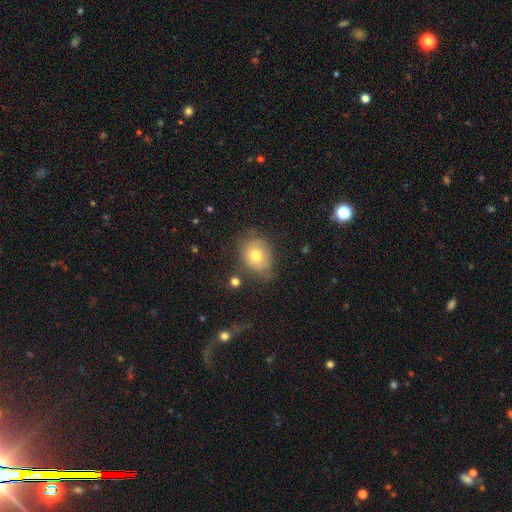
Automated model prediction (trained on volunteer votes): Morphology: type=smooth (71%); roundness=round (54%); merging=none (60%).